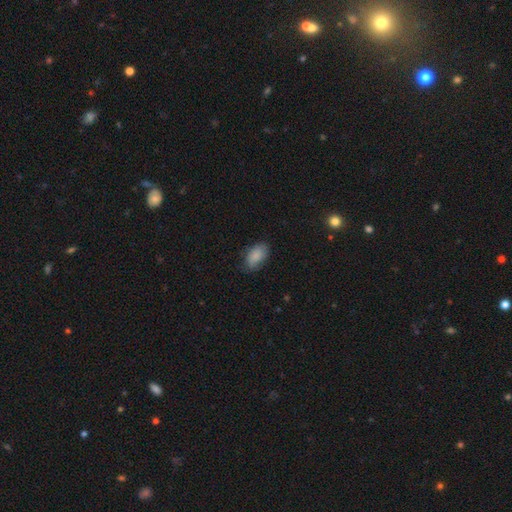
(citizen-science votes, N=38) smooth_or_featured: smooth (p=0.97) [alt: featured or disk p=0.03]
how_rounded: in between (p=0.97) [alt: round p=0.03]
merging: none (p=0.84) [alt: minor disturbance p=0.16]